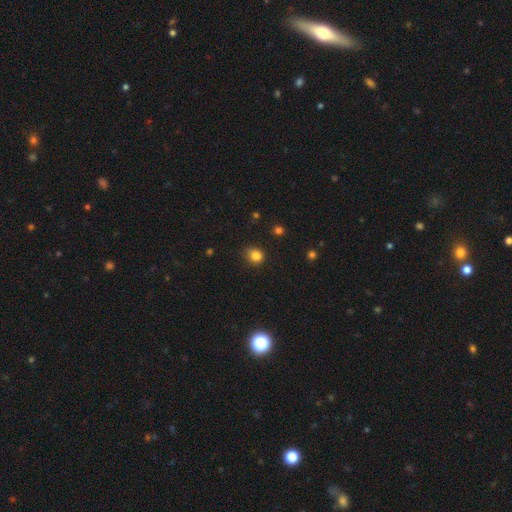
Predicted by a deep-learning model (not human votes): This is clearly a smooth galaxy (83%). How rounded: likely round (77%). Merging: likely none (76%).